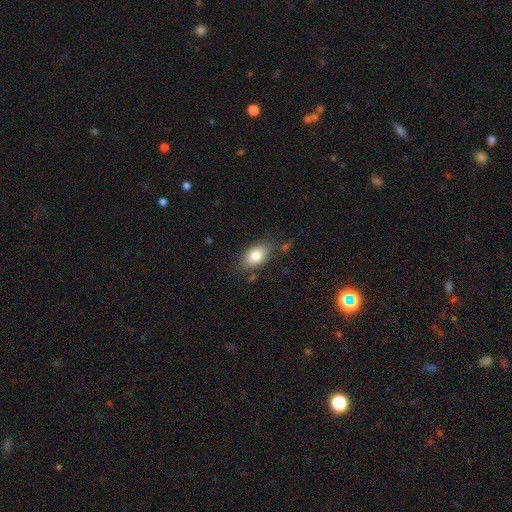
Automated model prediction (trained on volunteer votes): Overall: smooth (81%). How rounded: in between (88%). Merging: none (76%).